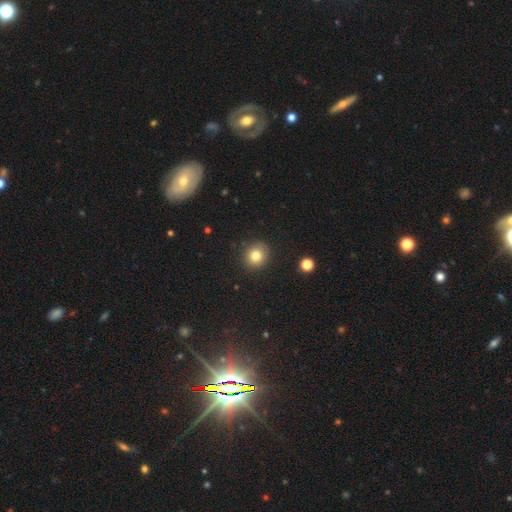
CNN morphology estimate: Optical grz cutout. It shows a smooth galaxy with no disk features (81%) that is round (85%). Merging: none (89%).